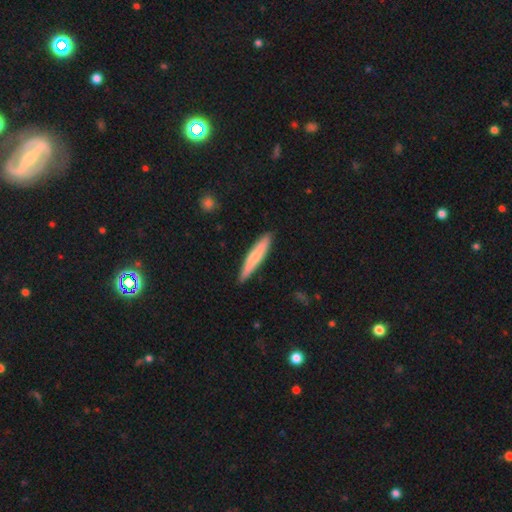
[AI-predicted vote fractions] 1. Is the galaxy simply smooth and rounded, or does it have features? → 65% smooth, 29% featured or disk, 5% star or artifact.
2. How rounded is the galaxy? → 92% cigar-shaped, 7% in between, 1% round.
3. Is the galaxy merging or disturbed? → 89% none, 8% minor disturbance, 1% major disturbance, 1% merger.